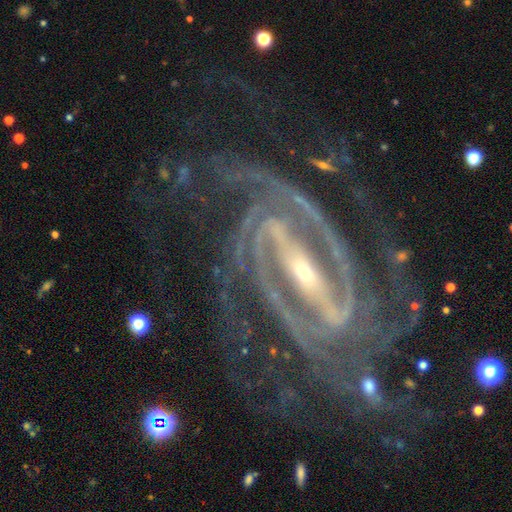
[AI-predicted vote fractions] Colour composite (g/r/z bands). It shows a featured or disk galaxy (92%) with a strong bar (80%), 2 (33%) tight (60%) spiral arms (98%) and a small central bulge (75%). Merging: none (66%).